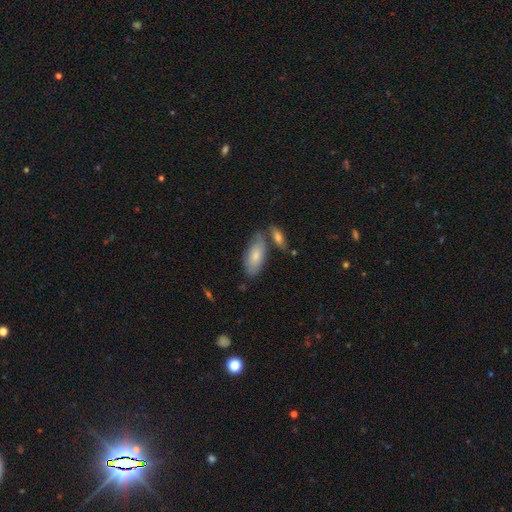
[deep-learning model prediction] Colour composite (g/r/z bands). It shows a smooth galaxy with no disk features (76%) that is in between round and cigar-shaped (87%). Merging: none (60%).